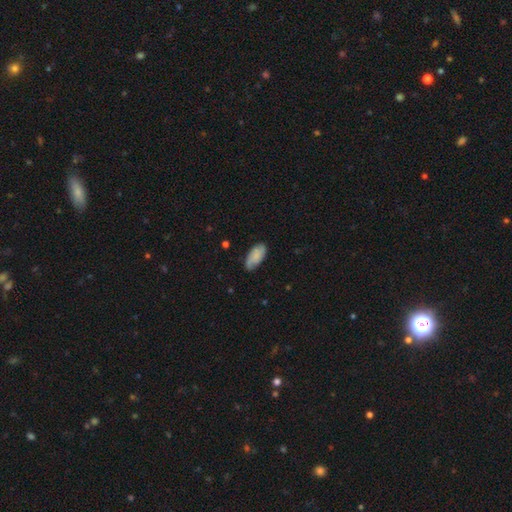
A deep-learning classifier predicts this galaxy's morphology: Smooth or featured?
  - smooth: 70% *
  - featured or disk: 23%
  - star or artifact: 7%
How rounded?
  - in between: 92% *
  - cigar-shaped: 6%
  - round: 2%
Merging?
  - none: 68% *
  - minor disturbance: 26%
  - major disturbance: 5%
  - merger: 1%